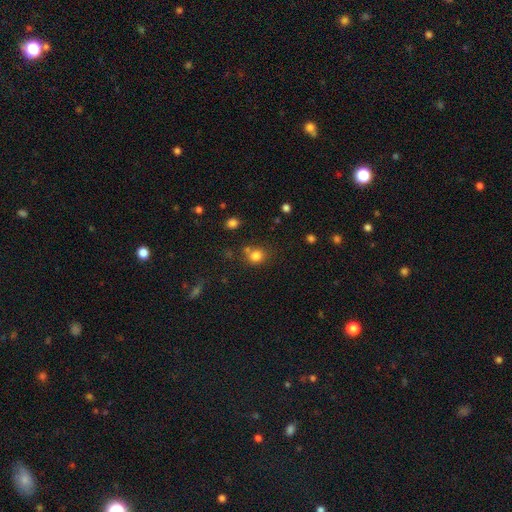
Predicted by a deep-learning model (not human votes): smooth_or_featured: smooth (p=0.80) [alt: star or artifact p=0.13]
how_rounded: round (p=0.78) [alt: in between p=0.21]
merging: none (p=0.65) [alt: merger p=0.17]